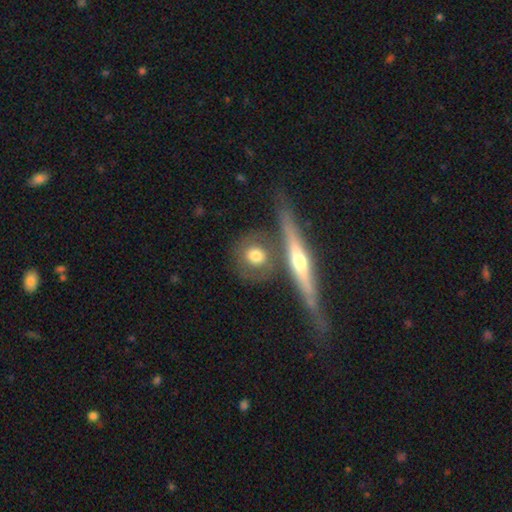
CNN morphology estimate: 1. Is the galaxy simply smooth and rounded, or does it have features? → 55% smooth, 38% featured or disk, 7% star or artifact.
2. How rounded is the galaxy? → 75% round, 16% in between, 9% cigar-shaped.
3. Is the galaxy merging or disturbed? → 61% none, 20% merger, 13% minor disturbance, 6% major disturbance.